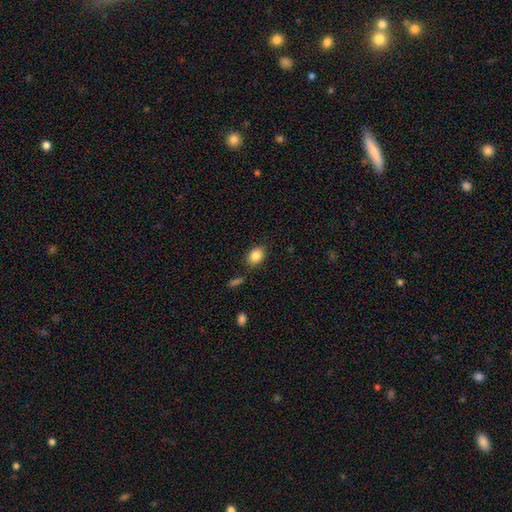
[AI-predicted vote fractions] Smooth or featured? Predicted: smooth (p=0.86). How rounded? Predicted: in between (p=0.74). Merging? Predicted: none (p=0.83).